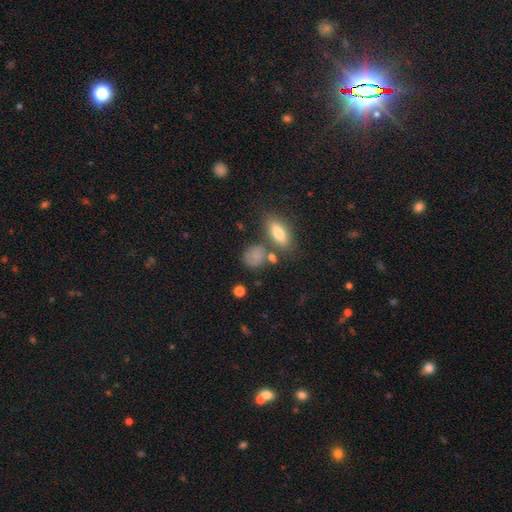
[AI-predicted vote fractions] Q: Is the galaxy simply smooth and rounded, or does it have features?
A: smooth — 80%.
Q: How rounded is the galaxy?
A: round — 63%.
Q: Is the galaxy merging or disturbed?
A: none — 63%.